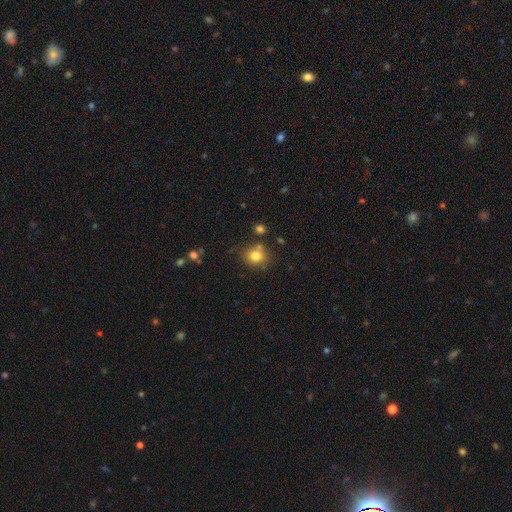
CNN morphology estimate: Smooth or featured? smooth (80%)
How rounded? round (74%)
Merging? none (71%)